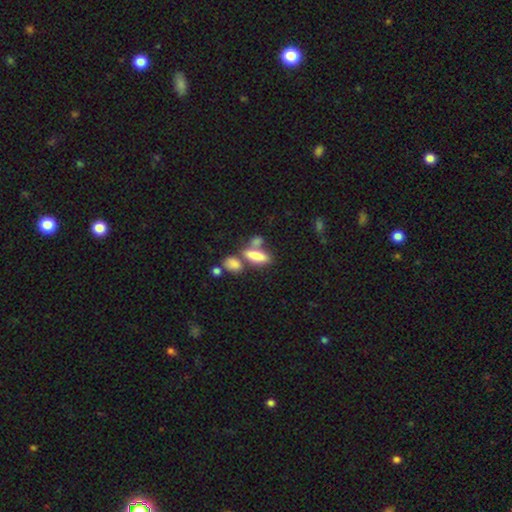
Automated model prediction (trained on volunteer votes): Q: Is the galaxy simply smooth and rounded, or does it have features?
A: smooth — 78%.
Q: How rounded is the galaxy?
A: in between — 61%.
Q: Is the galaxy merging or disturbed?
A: none — 43%.